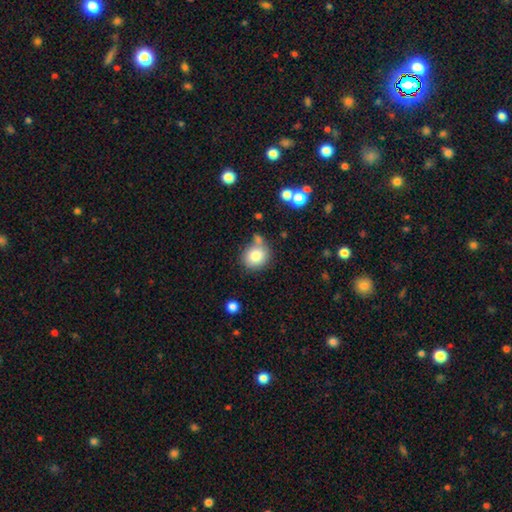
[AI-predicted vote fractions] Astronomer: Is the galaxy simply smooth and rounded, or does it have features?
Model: smooth — 82%.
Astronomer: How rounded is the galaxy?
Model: round — 80%.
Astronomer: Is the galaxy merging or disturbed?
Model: none — 62%.